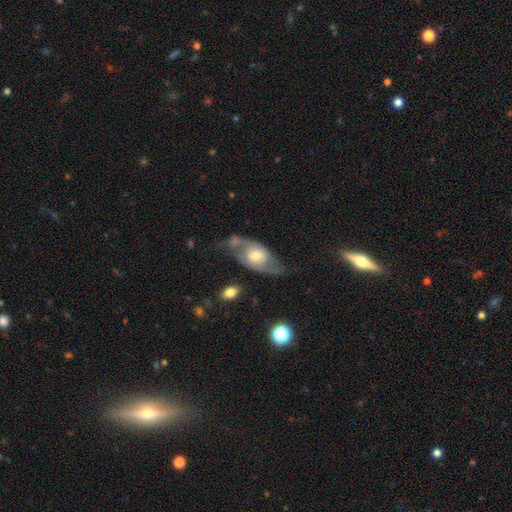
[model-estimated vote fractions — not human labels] A featured or disk galaxy (70%) with no bar (56%), 2 (84%) loose (43%) spiral arms (81%) and a moderate central bulge (57%).

Vote fractions:
- Smooth or featured? featured or disk: 70% / smooth: 24% / star or artifact: 6%
- Edge-on disk? no: 88% / yes: 12%
- Bar? no: 56% / weak: 36% / strong: 8%
- Spiral arms? yes: 81% / no: 19%
- Spiral winding? loose: 43% / medium: 41% / tight: 16%
- Spiral arm count? 2: 84% / can't tell: 9% / 1: 3% / 3: 1% / 4: 1% / more than 4: 1%
- Bulge size? moderate: 57% / small: 24% / large: 15% / none: 2% / dominant: 2%
- Merging? none: 50% / minor disturbance: 24% / major disturbance: 19% / merger: 7%